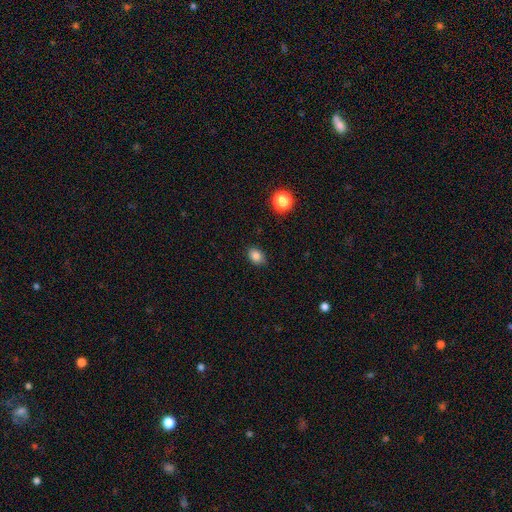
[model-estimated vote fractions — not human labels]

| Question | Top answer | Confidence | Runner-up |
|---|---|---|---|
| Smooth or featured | smooth | 84% | star or artifact (11%) |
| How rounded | in between | 66% | round (33%) |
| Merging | none | 87% | minor disturbance (10%) |